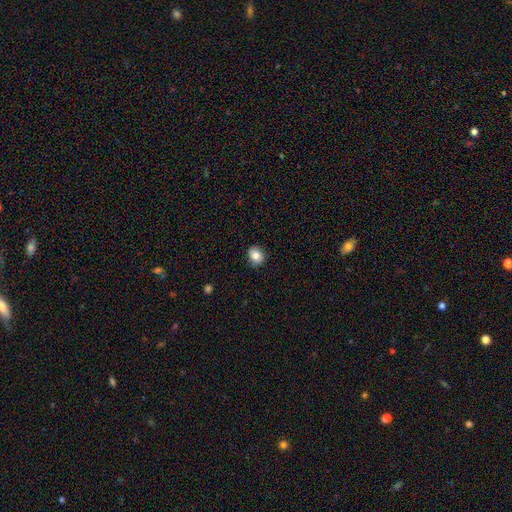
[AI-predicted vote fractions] This appears to be a smooth galaxy with no disk features (82%) that is round (63%). Merging: none (86%).